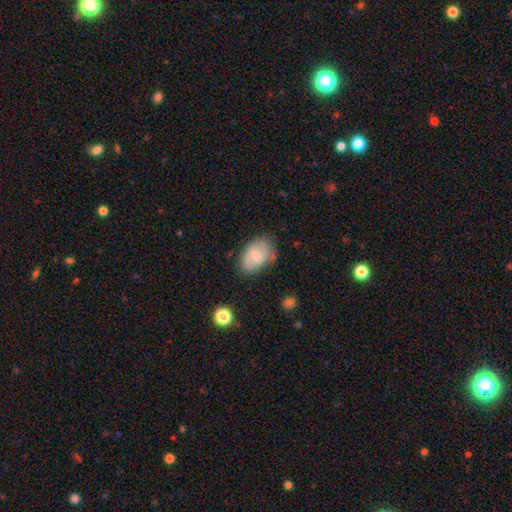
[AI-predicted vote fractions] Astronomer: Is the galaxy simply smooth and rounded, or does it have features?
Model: smooth — 65%.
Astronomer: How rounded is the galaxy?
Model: in between — 87%.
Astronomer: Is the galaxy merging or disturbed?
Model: none — 63%.